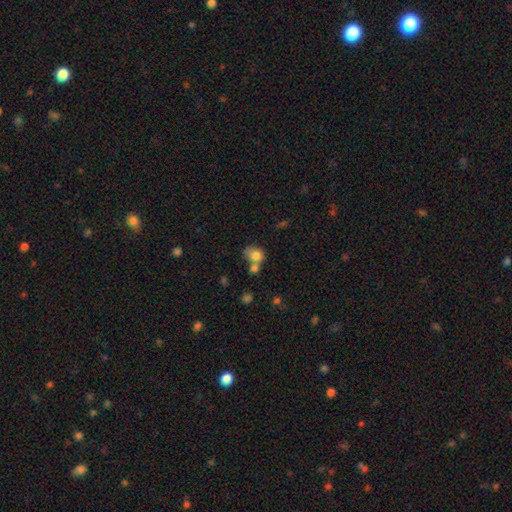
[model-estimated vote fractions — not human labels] Smooth or featured?
  - smooth: 78% *
  - featured or disk: 12%
  - star or artifact: 10%
How rounded?
  - round: 57% *
  - in between: 42%
  - cigar-shaped: 1%
Merging?
  - merger: 45% *
  - none: 34%
  - minor disturbance: 14%
  - major disturbance: 7%